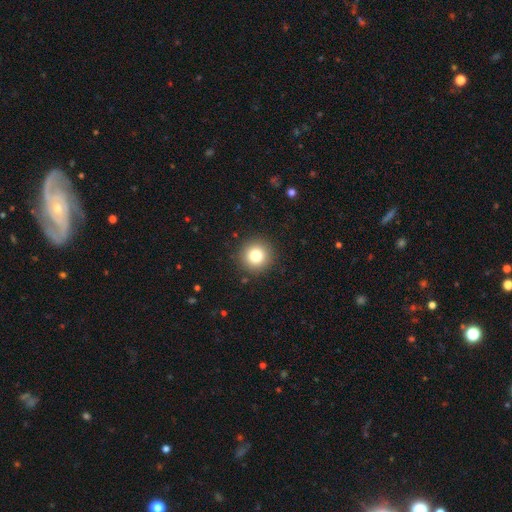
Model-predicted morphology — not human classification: Smooth or featured: smooth — 81% (star or artifact — 11%)
How rounded: round — 95% (in between — 4%)
Merging: none — 91% (minor disturbance — 6%)